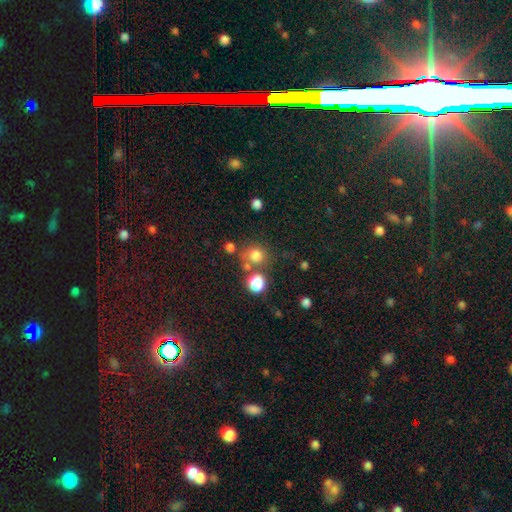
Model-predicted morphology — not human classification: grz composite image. It shows a smooth galaxy with no disk features (77%) that is round (83%). Merging: none (63%).